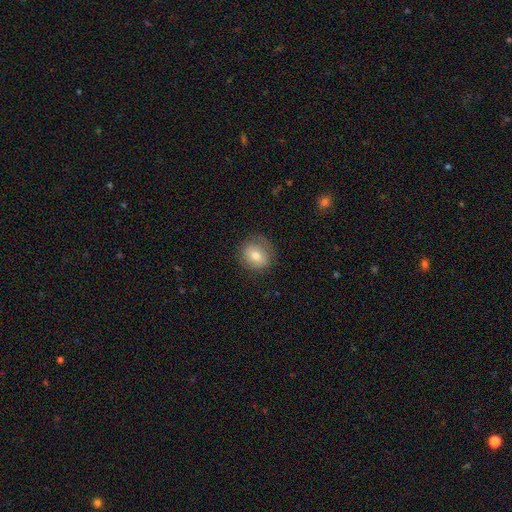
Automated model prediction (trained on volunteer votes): Smooth or featured: smooth — 70% (featured or disk — 21%)
How rounded: round — 73% (in between — 26%)
Merging: none — 75% (minor disturbance — 17%)